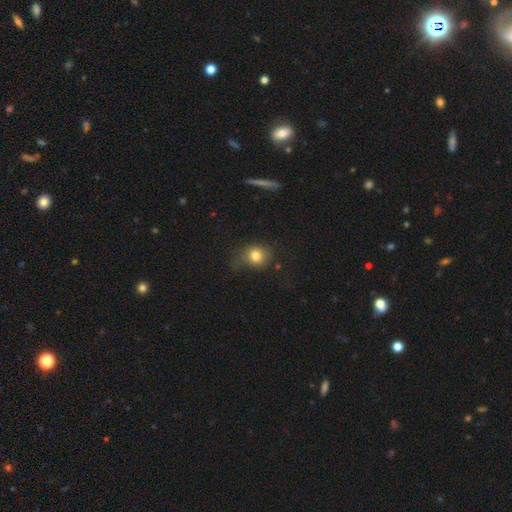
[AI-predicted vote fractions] Smooth or featured?
  - smooth: 79% *
  - star or artifact: 11%
  - featured or disk: 9%
How rounded?
  - round: 76% *
  - in between: 23%
  - cigar-shaped: 1%
Merging?
  - none: 63% *
  - minor disturbance: 25%
  - major disturbance: 10%
  - merger: 2%